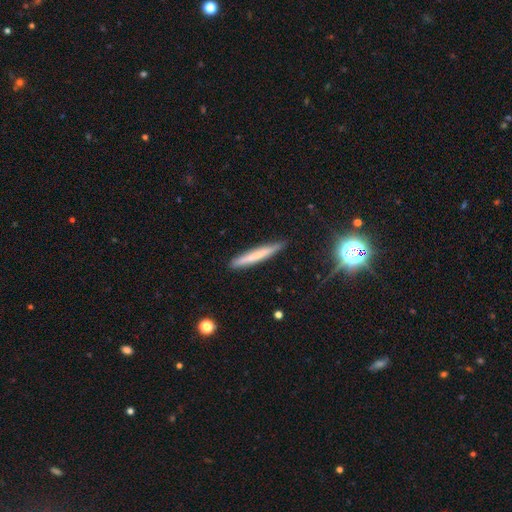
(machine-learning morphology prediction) This is likely a smooth galaxy (62%). How rounded: clearly cigar-shaped (96%). Merging: clearly none (87%).